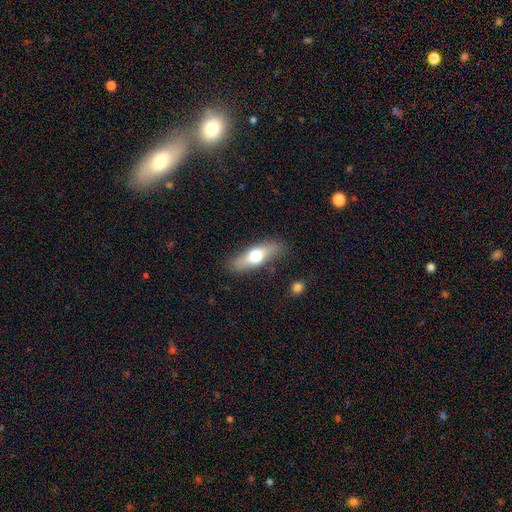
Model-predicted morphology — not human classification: Smooth or featured? smooth (58%)
How rounded? in between (51%)
Merging? none (84%)